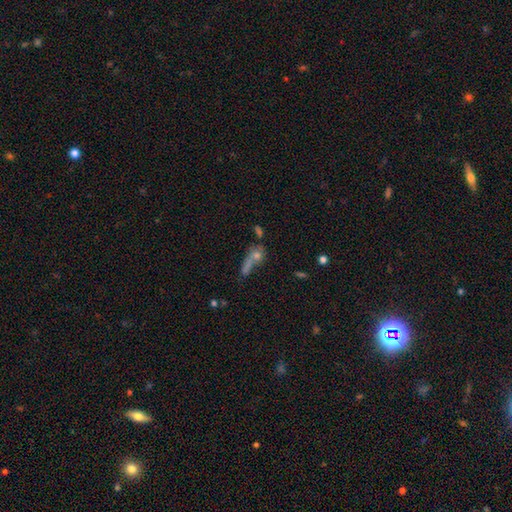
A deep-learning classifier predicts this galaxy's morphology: smooth 59%, featured or disk 23%, star or artifact 18%. Down the decision tree: how rounded — in between (41%); merging — merger (38%).